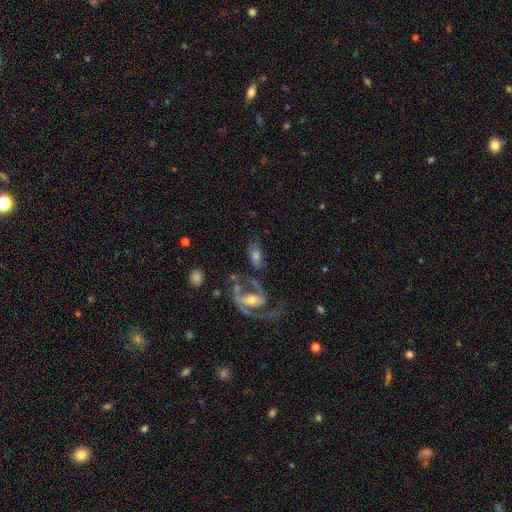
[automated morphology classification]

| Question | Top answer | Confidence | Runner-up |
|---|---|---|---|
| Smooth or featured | featured or disk | 56% | smooth (36%) |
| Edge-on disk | no | 91% | yes (9%) |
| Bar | no | 46% | weak (32%) |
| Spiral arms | yes | 71% | no (29%) |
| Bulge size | moderate | 55% | small (30%) |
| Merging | none | 47% | merger (19%) |